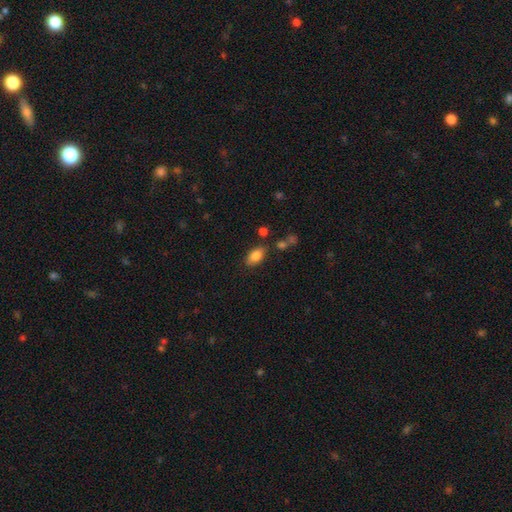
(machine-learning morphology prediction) This is clearly a smooth galaxy (81%). How rounded: clearly in between (90%). Merging: likely none (78%).